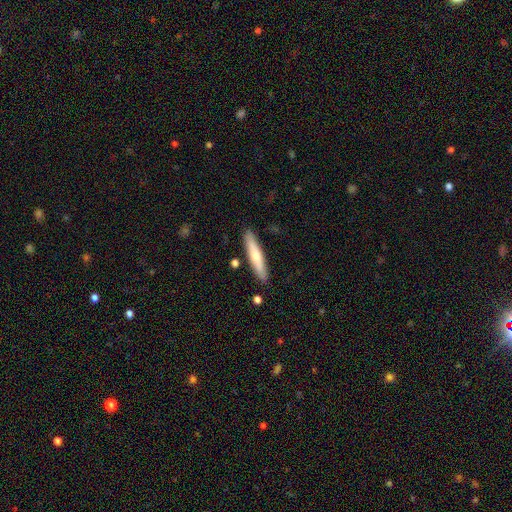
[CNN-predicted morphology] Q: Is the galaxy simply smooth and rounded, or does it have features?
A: smooth — 57%.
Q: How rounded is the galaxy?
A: cigar-shaped — 87%.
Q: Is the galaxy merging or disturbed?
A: none — 86%.